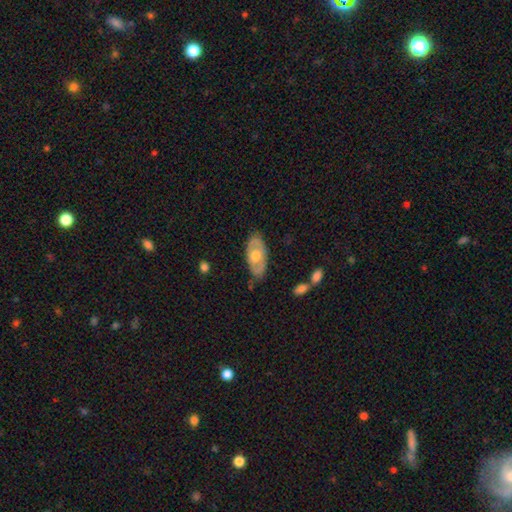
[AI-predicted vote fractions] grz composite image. It shows a featured or disk galaxy (53%). Merging: none (76%).